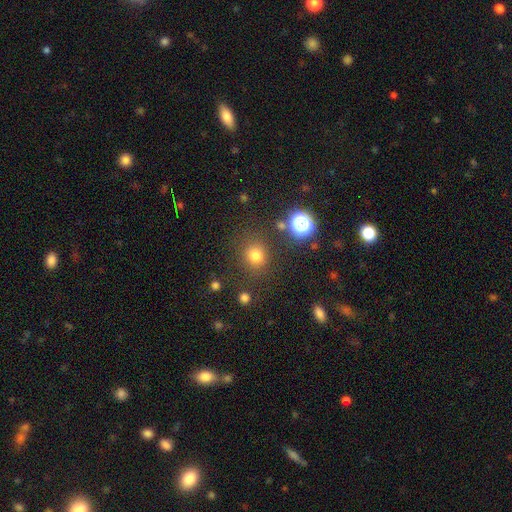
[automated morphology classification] type=smooth (76%); roundness=round (86%); merging=none (83%).